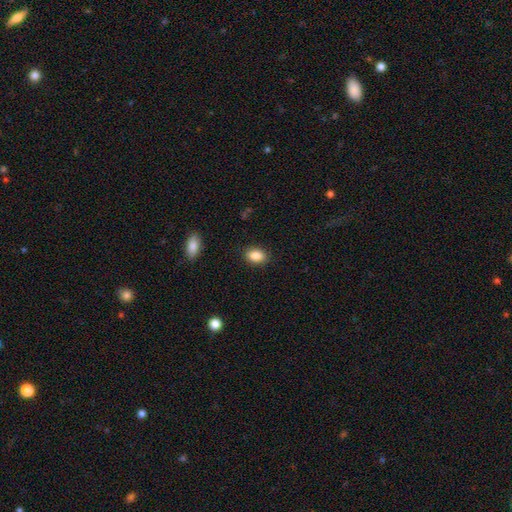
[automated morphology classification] Smooth or featured? smooth (87%)
How rounded? in between (80%)
Merging? none (88%)